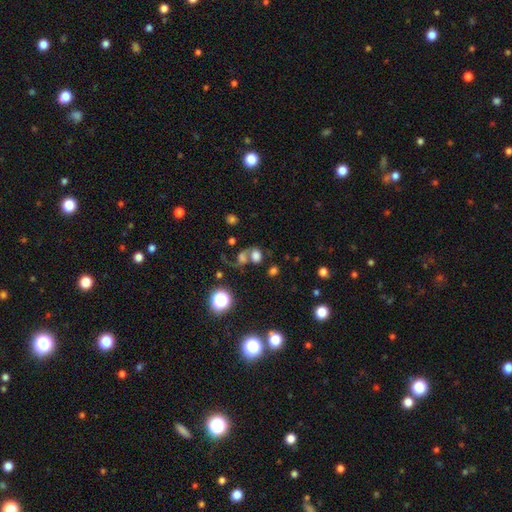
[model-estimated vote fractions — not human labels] Smooth or featured: smooth — 61% (star or artifact — 21%)
How rounded: round — 49% (tied with in between — 49%)
Merging: merger — 45% (none — 34%)